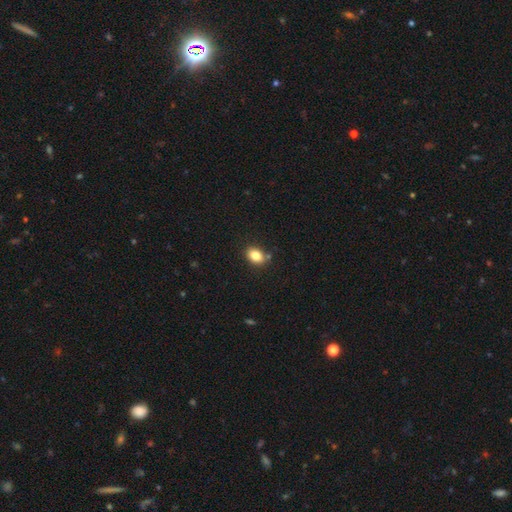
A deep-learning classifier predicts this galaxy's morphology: Smooth or featured? smooth (84%)
How rounded? in between (73%)
Merging? none (80%)